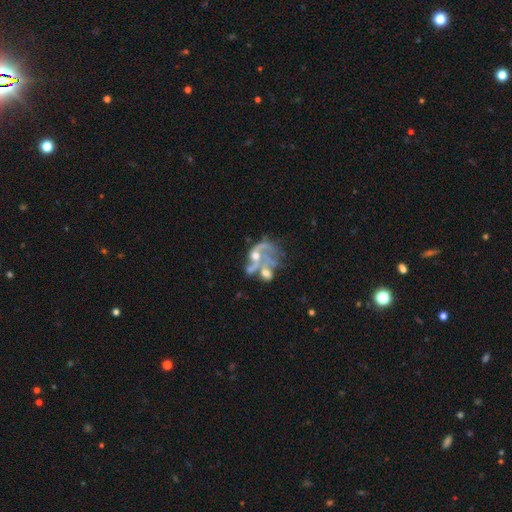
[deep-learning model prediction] A featured or disk galaxy (75%) with no bar (73%), spiral arms (69%) and a moderate central bulge (46%). Merging: merger (44%).